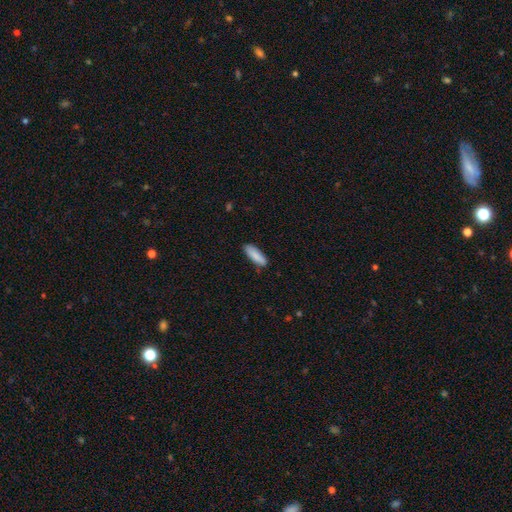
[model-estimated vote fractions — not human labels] The model was most divided on "how rounded": in between: 53%, cigar-shaped: 45%, round: 2%. More confident: smooth or featured — smooth (88%); merging — none (84%).